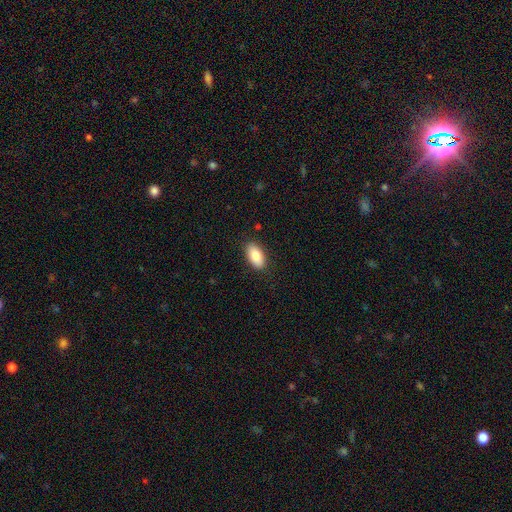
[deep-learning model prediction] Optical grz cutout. It shows a smooth galaxy with no disk features (85%) that is in between round and cigar-shaped (93%). Merging: none (88%).